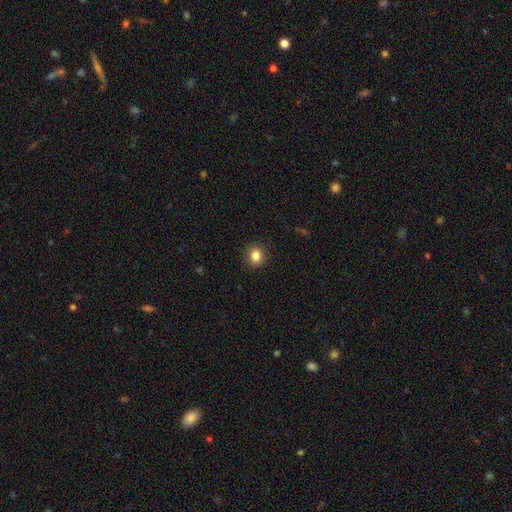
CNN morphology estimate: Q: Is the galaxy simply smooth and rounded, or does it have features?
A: smooth — 84%.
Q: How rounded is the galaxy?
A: round — 77%.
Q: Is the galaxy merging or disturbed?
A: none — 90%.